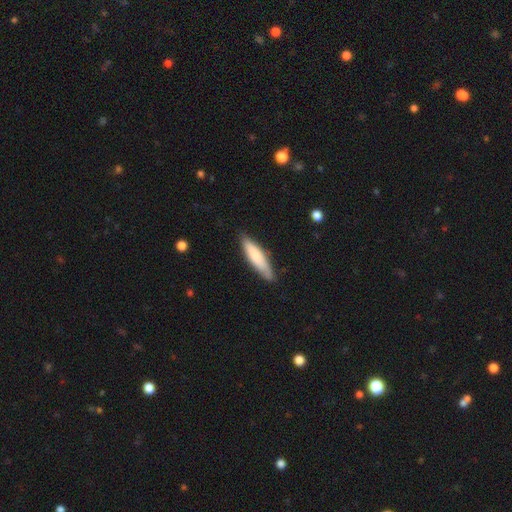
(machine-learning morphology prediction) A smooth galaxy with no disk features (76%) that is cigar-shaped (74%). Merging: none (80%).